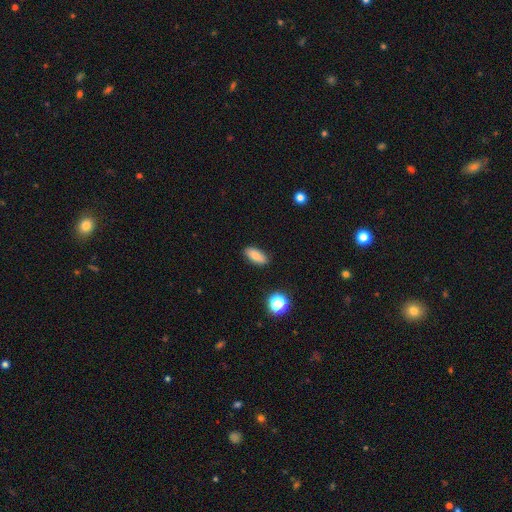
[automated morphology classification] Smooth or featured? smooth (84%)
How rounded? in between (83%)
Merging? none (88%)